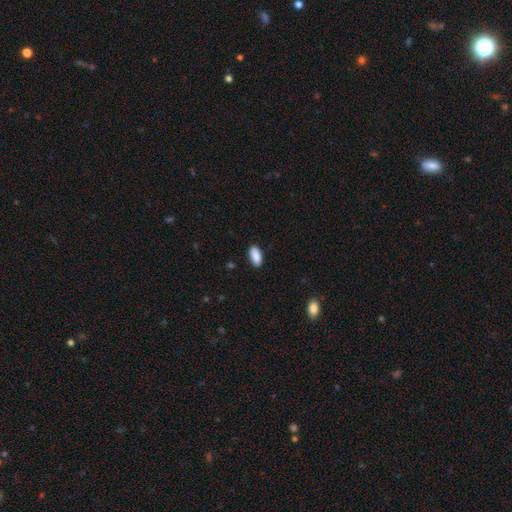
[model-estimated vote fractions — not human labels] Smooth or featured?
  - smooth: 89% *
  - star or artifact: 6%
  - featured or disk: 4%
How rounded?
  - in between: 90% *
  - cigar-shaped: 7%
  - round: 2%
Merging?
  - none: 87% *
  - minor disturbance: 10%
  - major disturbance: 2%
  - merger: 1%